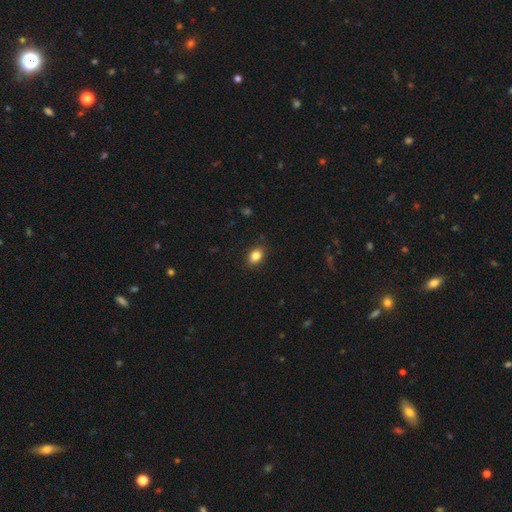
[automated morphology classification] type=smooth (85%); roundness=in between (74%); merging=none (88%).